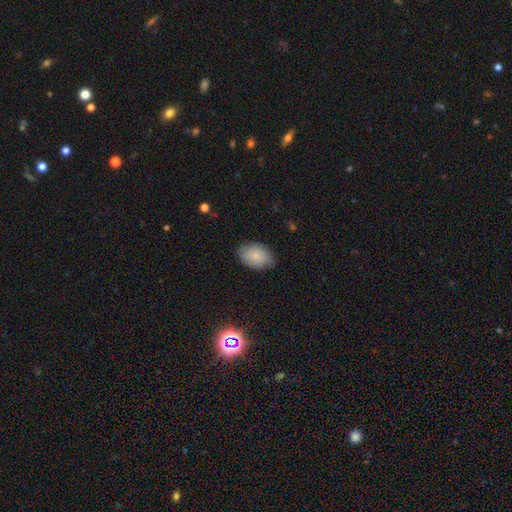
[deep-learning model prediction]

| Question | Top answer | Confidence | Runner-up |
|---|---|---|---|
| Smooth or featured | smooth | 84% | featured or disk (9%) |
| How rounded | in between | 89% | round (10%) |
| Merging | none | 79% | minor disturbance (17%) |